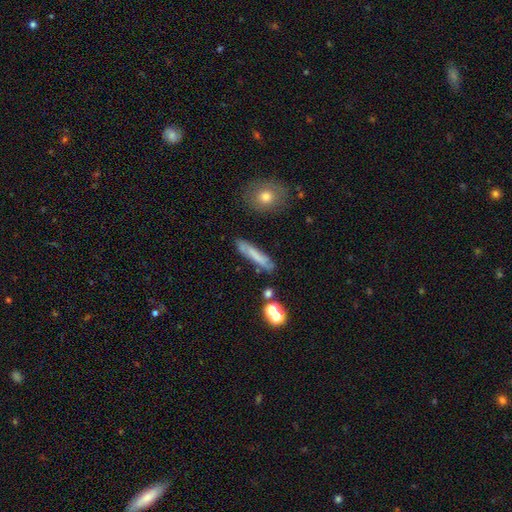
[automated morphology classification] Smooth or featured? Predicted: smooth (p=0.68). How rounded? Predicted: cigar-shaped (p=0.88). Merging? Predicted: none (p=0.79).